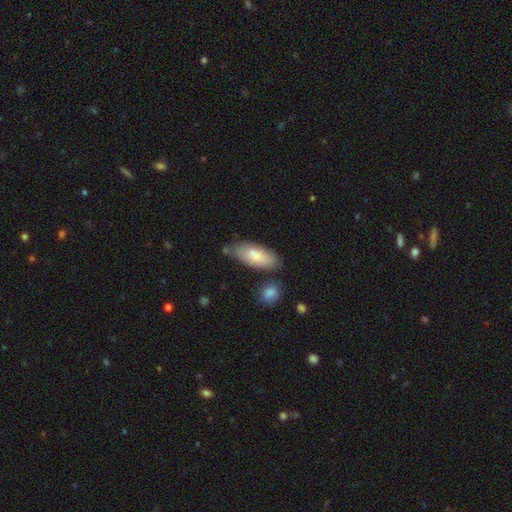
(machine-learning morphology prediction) Smooth or featured? smooth (78%)
How rounded? in between (84%)
Merging? none (64%)